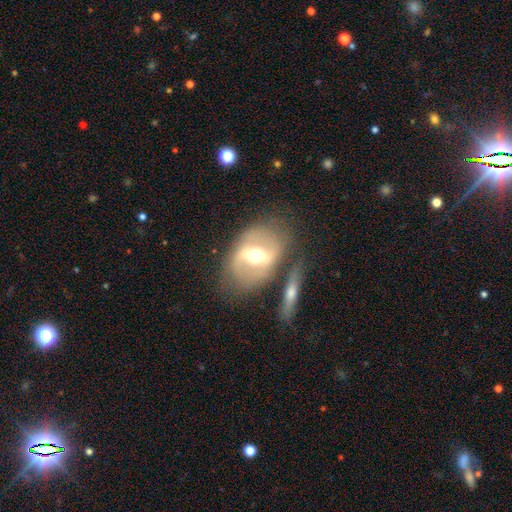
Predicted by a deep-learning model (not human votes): Smooth or featured? Predicted: featured or disk (p=0.70). Edge-on disk? Predicted: no (p=0.88). Bar? Predicted: strong (p=0.51). Spiral arms? Predicted: yes (p=0.52). Bulge size? Predicted: moderate (p=0.70). Merging? Predicted: none (p=0.62).